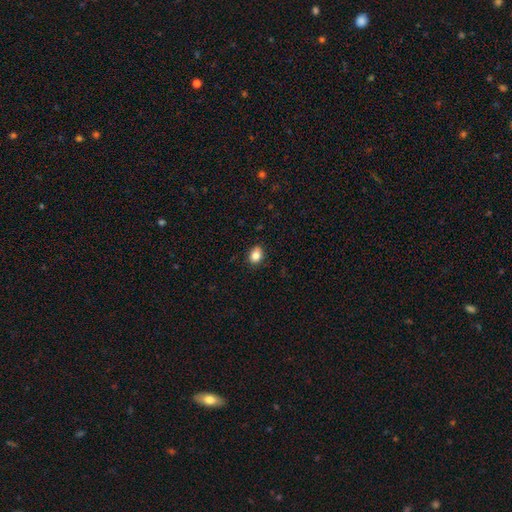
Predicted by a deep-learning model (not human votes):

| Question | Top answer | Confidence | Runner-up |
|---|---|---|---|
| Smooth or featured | smooth | 85% | star or artifact (9%) |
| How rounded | in between | 67% | round (32%) |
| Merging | none | 85% | minor disturbance (12%) |